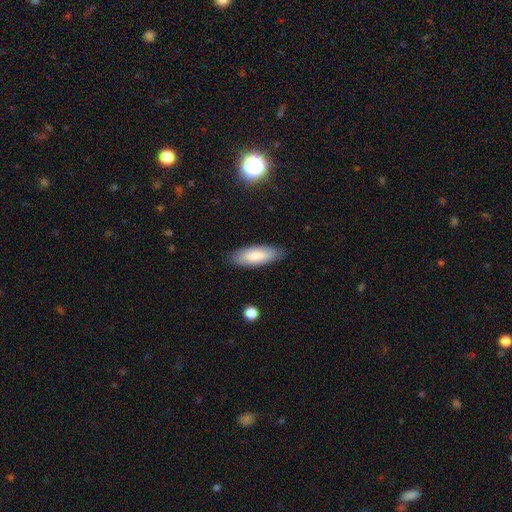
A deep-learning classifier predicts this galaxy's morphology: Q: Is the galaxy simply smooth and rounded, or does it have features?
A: smooth — 77%.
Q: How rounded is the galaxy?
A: in between — 73%.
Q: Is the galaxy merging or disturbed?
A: none — 83%.